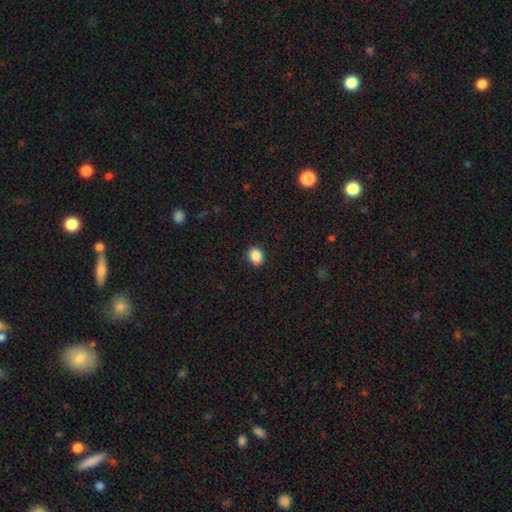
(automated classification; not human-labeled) This appears to be a smooth galaxy with no disk features (84%) that is round (68%). Merging: none (78%).